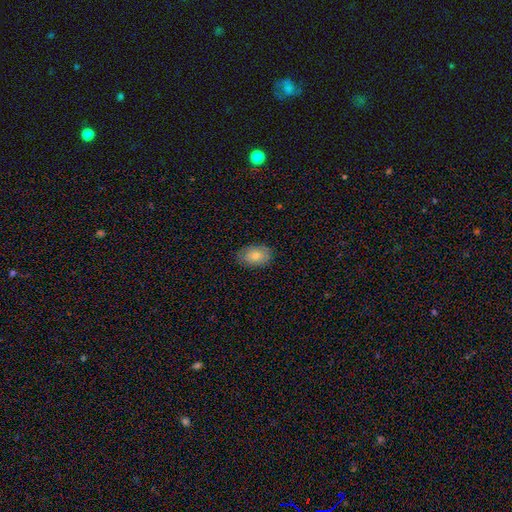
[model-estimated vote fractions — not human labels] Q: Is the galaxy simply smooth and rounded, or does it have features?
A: smooth — 75%.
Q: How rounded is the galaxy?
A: in between — 87%.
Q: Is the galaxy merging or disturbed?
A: none — 77%.